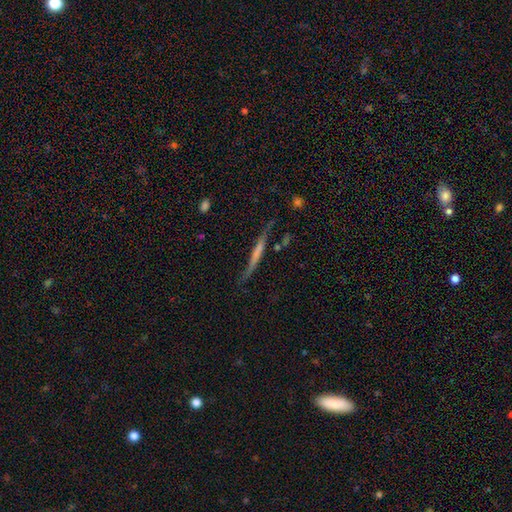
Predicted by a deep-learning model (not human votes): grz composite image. It shows a featured or disk galaxy (57%) viewed edge-on (89%) with no central bulge (71%). Merging: none (66%).